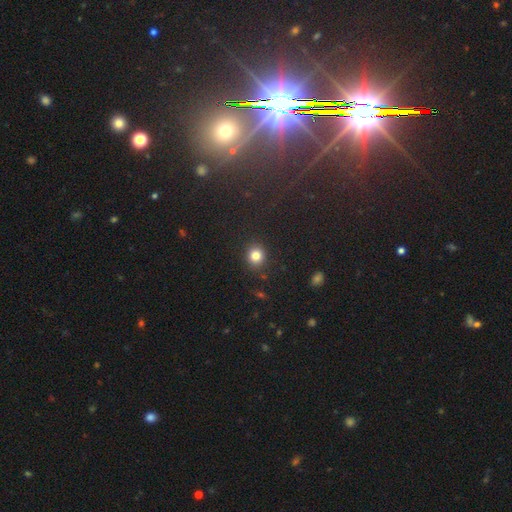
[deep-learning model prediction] Morphology: type=smooth (83%); roundness=round (85%); merging=none (89%).